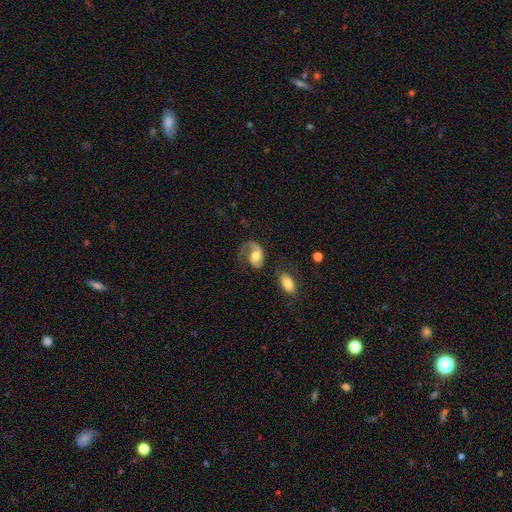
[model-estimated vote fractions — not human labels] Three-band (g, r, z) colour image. It shows a featured or disk galaxy (72%) with no bar (61%), 2 (58%) medium (44%) spiral arms (91%) and a moderate central bulge (63%). Merging: none (47%).